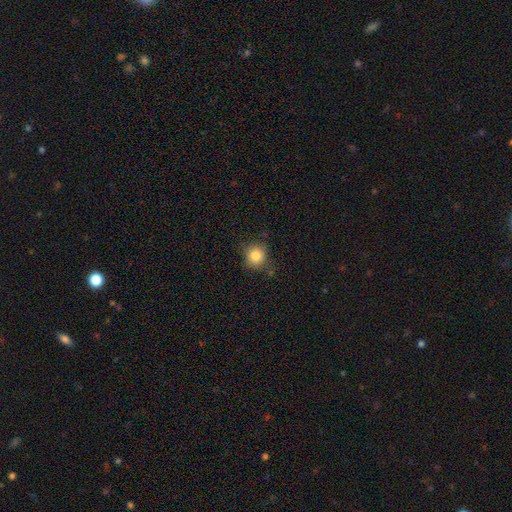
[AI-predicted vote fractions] Overall: smooth (83%). How rounded: round (87%). Merging: none (76%).